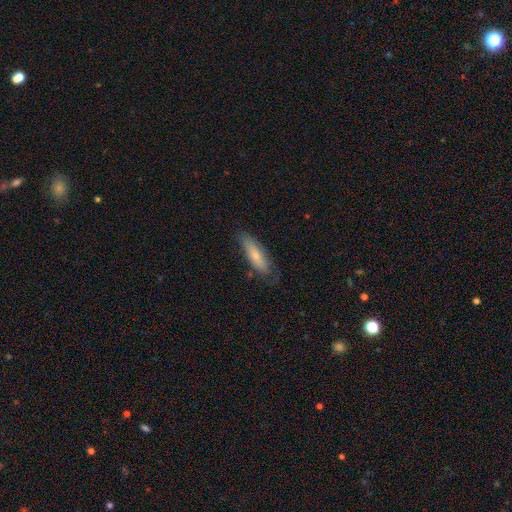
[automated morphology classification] type=smooth (67%); roundness=cigar-shaped (56%); merging=none (71%).